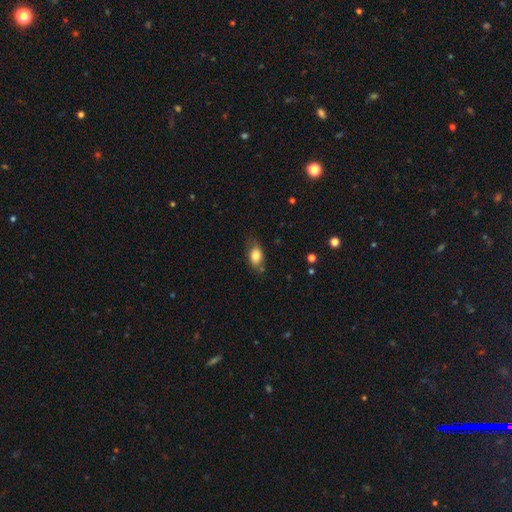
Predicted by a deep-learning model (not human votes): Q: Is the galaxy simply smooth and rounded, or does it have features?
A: smooth — 79%.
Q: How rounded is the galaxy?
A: in between — 83%.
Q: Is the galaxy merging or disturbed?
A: none — 65%.